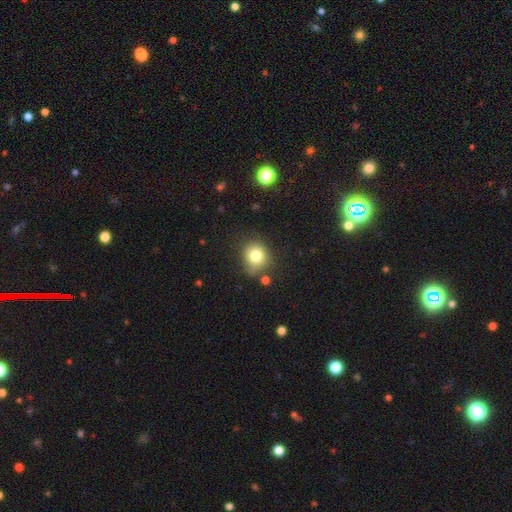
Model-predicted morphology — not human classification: Overall: smooth (79%). How rounded: round (75%). Merging: none (70%).